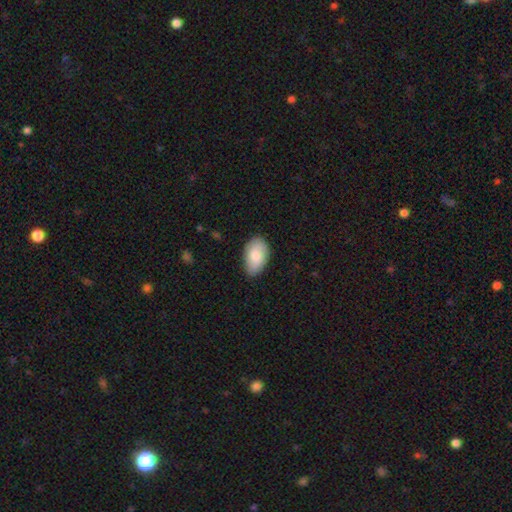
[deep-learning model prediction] Smooth or featured? Predicted: smooth (p=0.77). How rounded? Predicted: in between (p=0.94). Merging? Predicted: none (p=0.79).